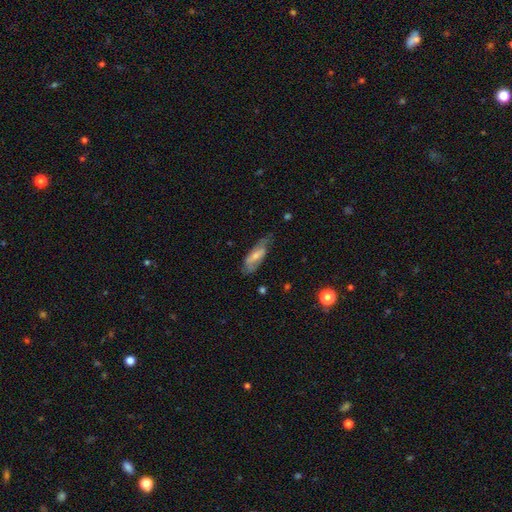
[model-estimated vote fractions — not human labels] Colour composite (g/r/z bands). It shows a featured or disk galaxy (48%). Merging: none (57%).